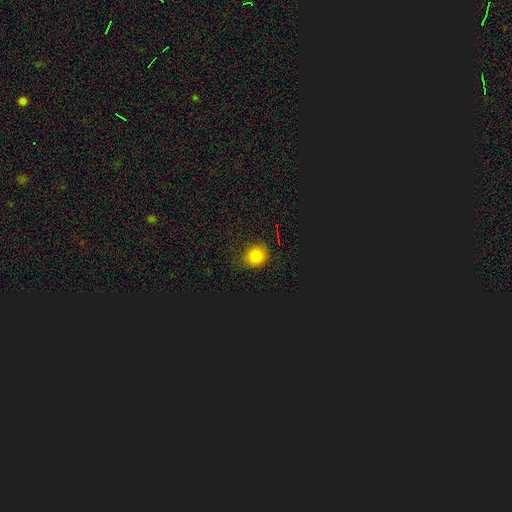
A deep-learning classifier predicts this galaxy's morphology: This is likely a smooth galaxy (74%). How rounded: likely round (71%). Merging: clearly none (82%).